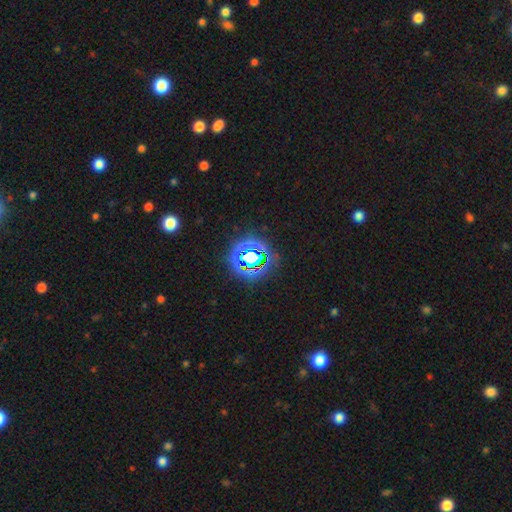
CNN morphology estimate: smooth-or-featured: star or artifact: 79% | smooth: 14% | featured or disk: 7%